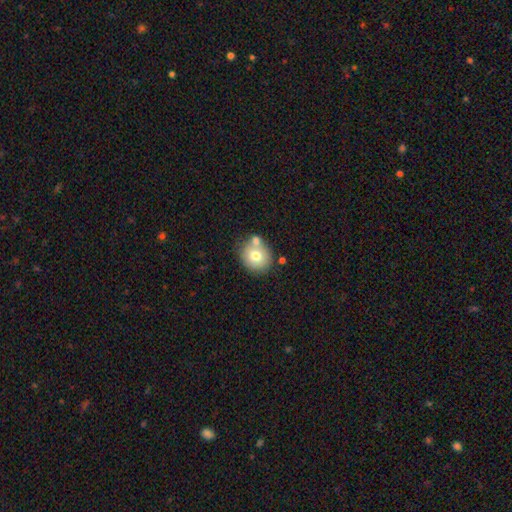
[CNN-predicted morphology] Overall: smooth (72%). How rounded: round (77%). Merging: none (58%; merger 26%).